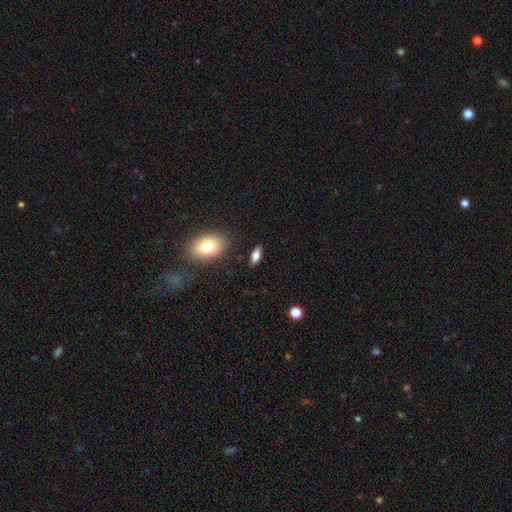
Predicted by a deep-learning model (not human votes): The model was most divided on "smooth or featured": smooth: 71%, featured or disk: 20%, star or artifact: 8%. More confident: merging — none (85%); how rounded — in between (76%).